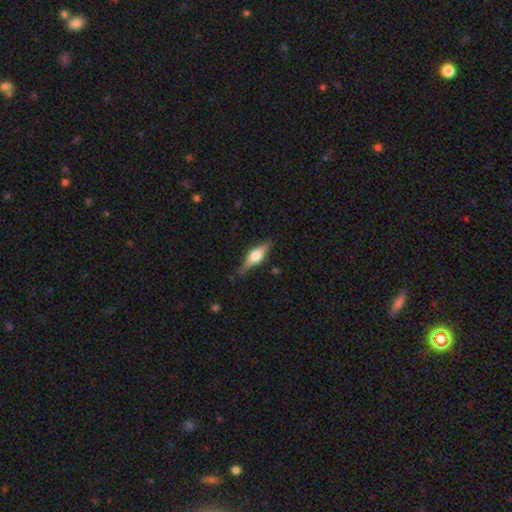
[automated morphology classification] Smooth or featured?
  - featured or disk: 48% *
  - smooth: 46%
  - star or artifact: 6%
Merging?
  - none: 77% *
  - minor disturbance: 17%
  - major disturbance: 4%
  - merger: 2%